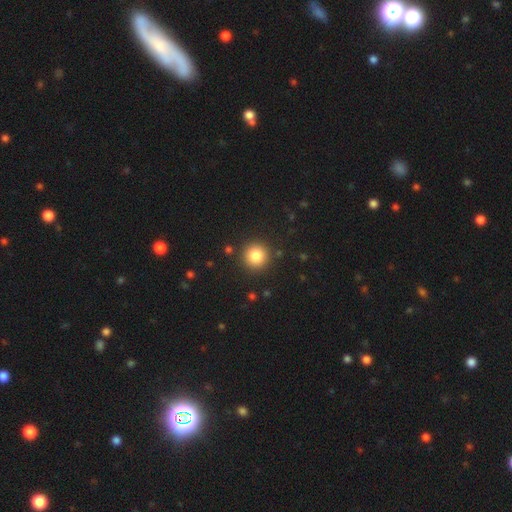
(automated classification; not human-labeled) Morphology: type=smooth (84%); roundness=round (95%); merging=none (90%).